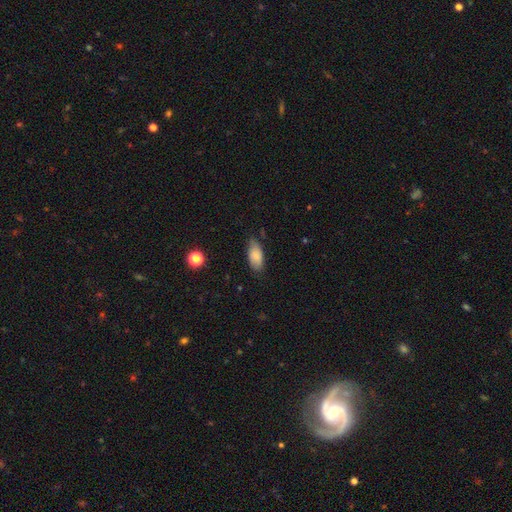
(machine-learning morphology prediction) type=smooth (84%); roundness=in between (89%); merging=none (72%).